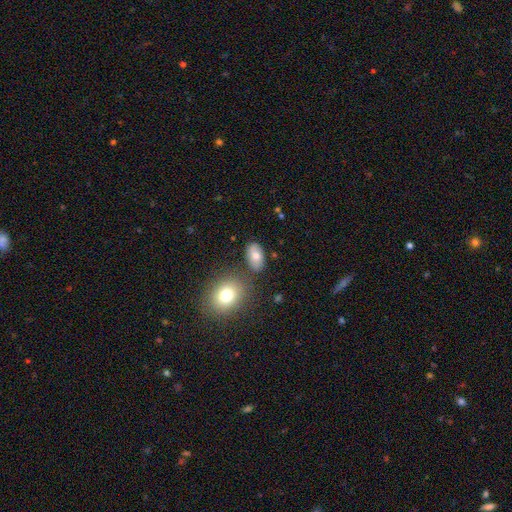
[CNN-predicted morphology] type=smooth (73%); roundness=in between (90%); merging=none (75%).